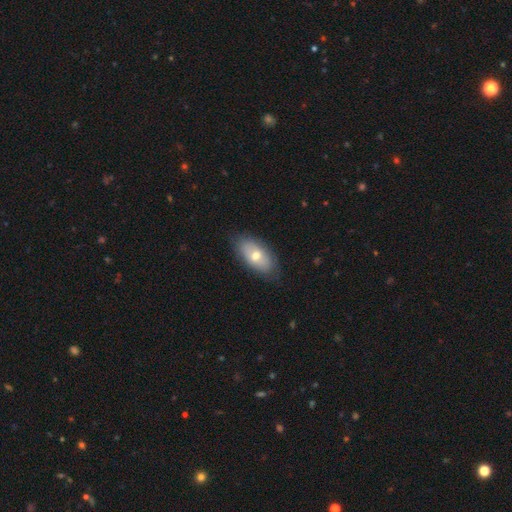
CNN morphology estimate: The model was most divided on "smooth or featured": smooth: 67%, featured or disk: 26%, star or artifact: 7%. More confident: how rounded — in between (90%); merging — none (80%).